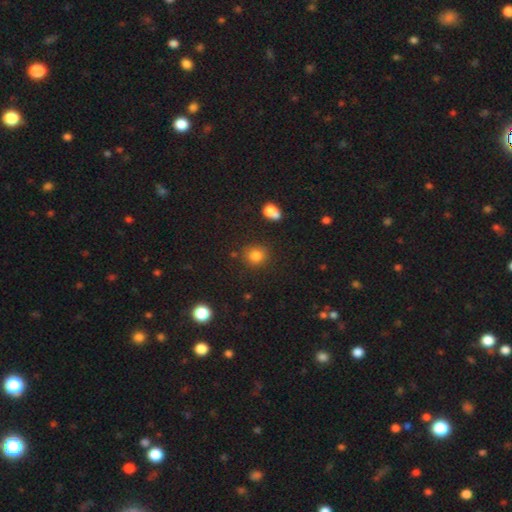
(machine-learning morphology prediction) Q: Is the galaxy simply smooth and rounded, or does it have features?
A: smooth — 80%.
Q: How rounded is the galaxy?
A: round — 82%.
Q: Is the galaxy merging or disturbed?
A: none — 81%.